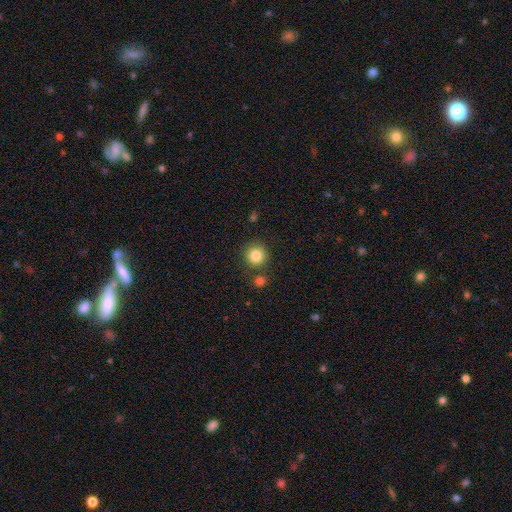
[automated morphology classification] A smooth galaxy with no disk features (85%) that is round (92%).

Vote fractions:
- Smooth or featured? smooth: 85% / star or artifact: 10% / featured or disk: 5%
- How rounded? round: 92% / in between: 7% / cigar-shaped: 1%
- Merging? none: 80% / minor disturbance: 8% / merger: 8% / major disturbance: 3%